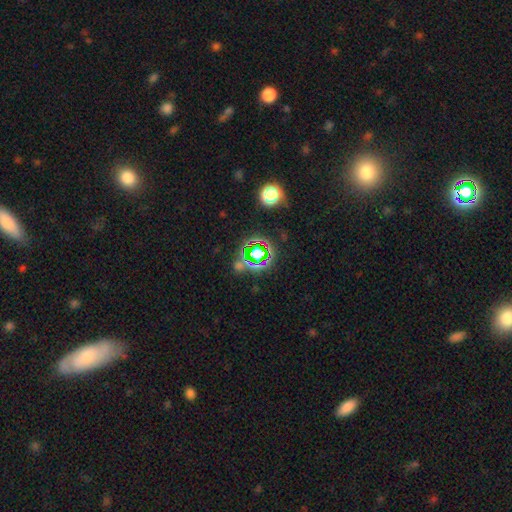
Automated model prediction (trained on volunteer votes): smooth-or-featured: star or artifact: 72% | smooth: 18% | featured or disk: 10%